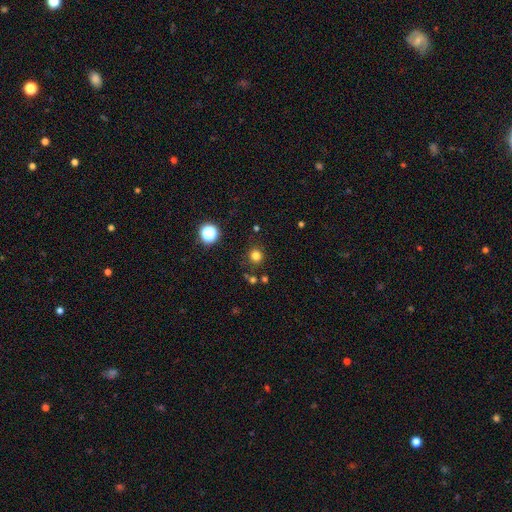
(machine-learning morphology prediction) smooth_or_featured: smooth (p=0.78) [alt: star or artifact p=0.17]
how_rounded: round (p=0.93) [alt: in between p=0.06]
merging: none (p=0.85) [alt: minor disturbance p=0.08]